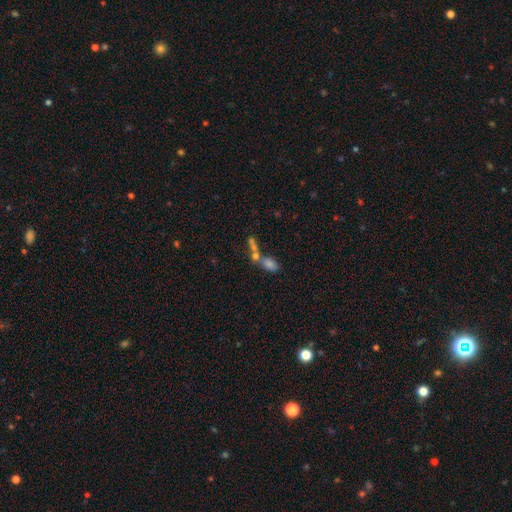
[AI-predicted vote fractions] A smooth galaxy with no disk features (43%).

Vote fractions:
- Smooth or featured? smooth: 43% / star or artifact: 32% / featured or disk: 25%
- Merging? none: 41% / merger: 38% / minor disturbance: 11% / major disturbance: 10%